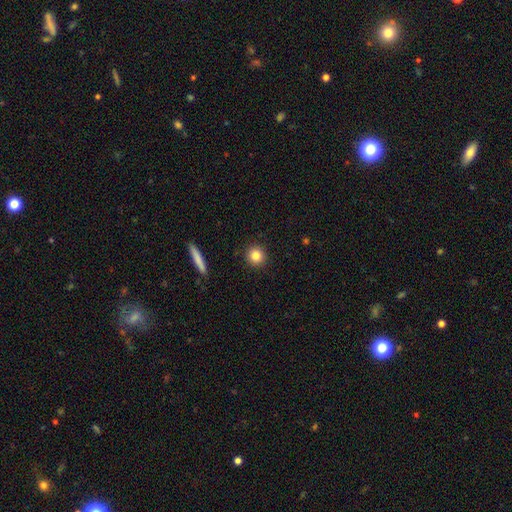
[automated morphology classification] type=smooth (83%); roundness=round (92%); merging=none (92%).